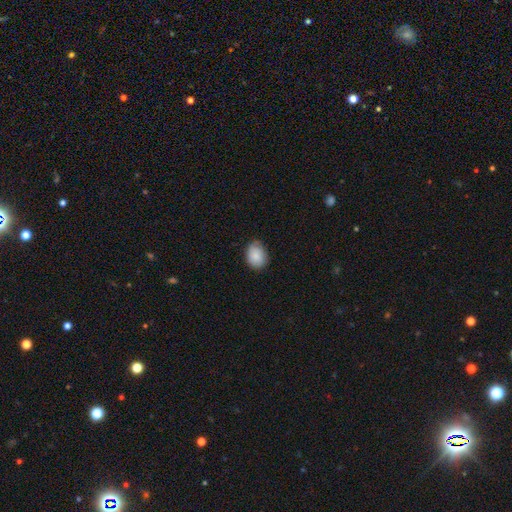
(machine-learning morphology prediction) Smooth or featured? Predicted: smooth (p=0.85). How rounded? Predicted: in between (p=0.67). Merging? Predicted: none (p=0.74).